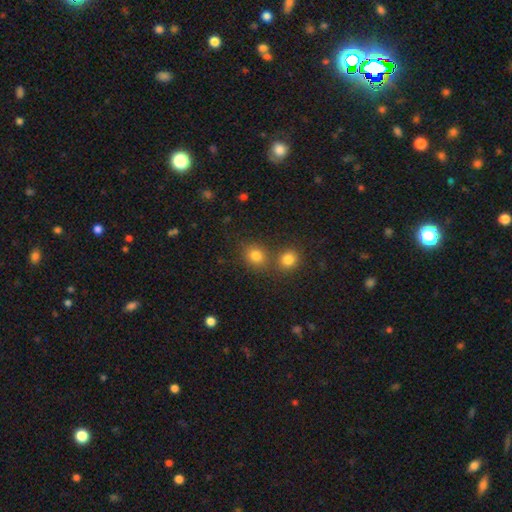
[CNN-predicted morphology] Smooth or featured? Predicted: smooth (p=0.79). How rounded? Predicted: round (p=0.71). Merging? Predicted: none (p=0.62).